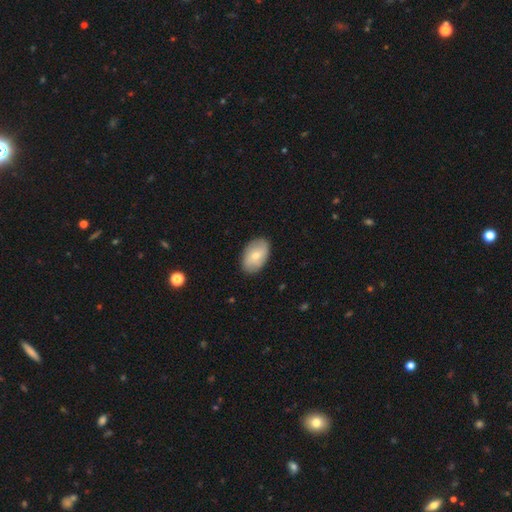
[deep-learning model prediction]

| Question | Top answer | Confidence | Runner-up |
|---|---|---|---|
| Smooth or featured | smooth | 67% | featured or disk (27%) |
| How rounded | in between | 90% | round (8%) |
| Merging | none | 86% | minor disturbance (10%) |